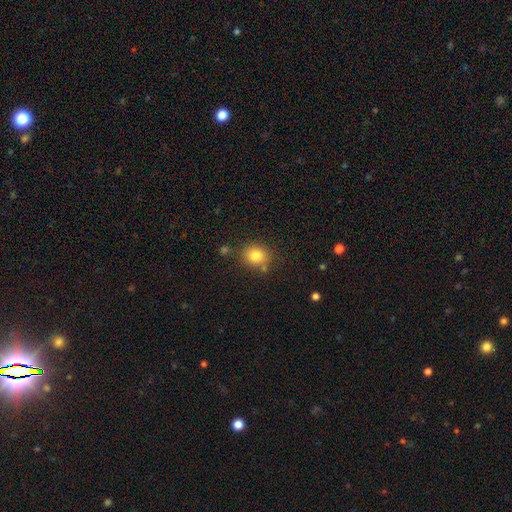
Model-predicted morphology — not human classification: A smooth galaxy with no disk features (81%) that is round (71%).

Vote fractions:
- Smooth or featured? smooth: 81% / star or artifact: 11% / featured or disk: 8%
- How rounded? round: 71% / in between: 28% / cigar-shaped: 1%
- Merging? none: 77% / minor disturbance: 13% / merger: 7% / major disturbance: 4%